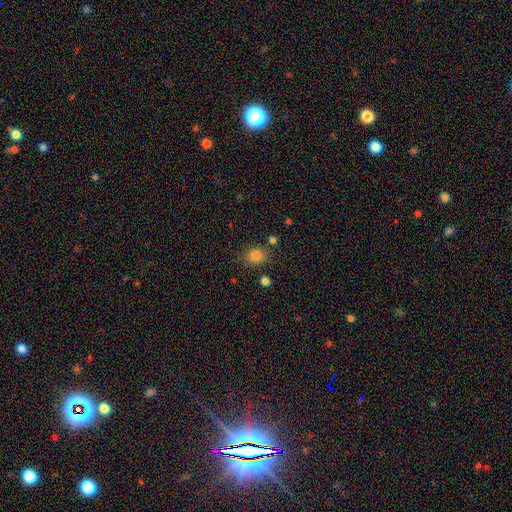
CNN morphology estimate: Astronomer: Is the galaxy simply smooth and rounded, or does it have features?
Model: smooth — 83%.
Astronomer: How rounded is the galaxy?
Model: round — 60% (runner-up: in between, 39%).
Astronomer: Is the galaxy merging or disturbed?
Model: none — 77%.